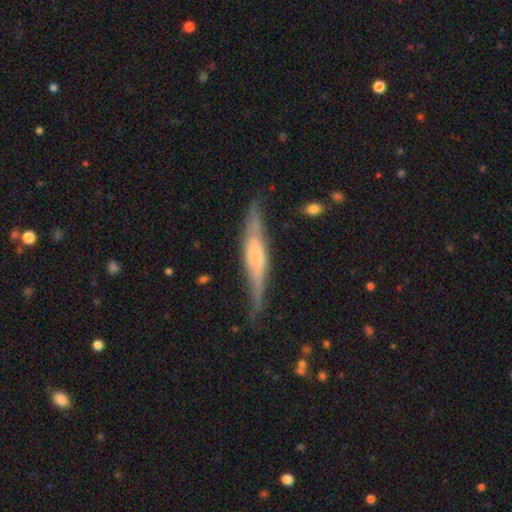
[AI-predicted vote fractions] The model was most divided on "edge-on bulge": rounded: 44%, boxy: 37%, none: 19%. More confident: edge-on disk — yes (92%); merging — none (75%); smooth or featured — featured or disk (64%).